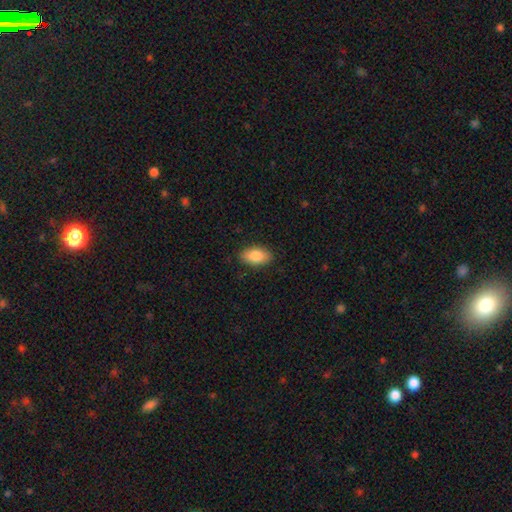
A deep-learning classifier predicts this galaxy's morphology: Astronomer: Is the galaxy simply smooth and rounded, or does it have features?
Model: smooth — 84%.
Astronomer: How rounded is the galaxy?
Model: in between — 92%.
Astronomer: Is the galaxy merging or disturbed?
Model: none — 87%.